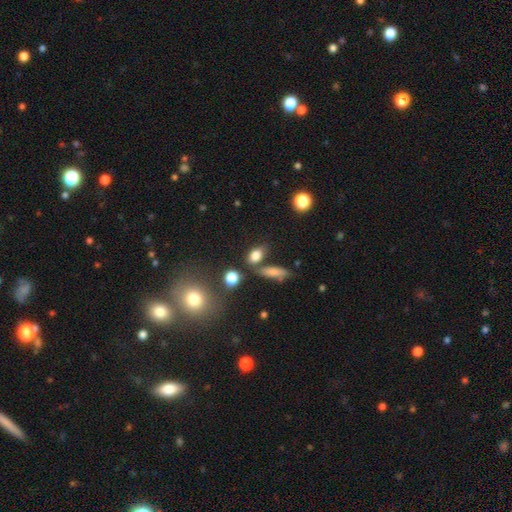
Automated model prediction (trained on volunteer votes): Smooth or featured: smooth — 80% (star or artifact — 11%)
How rounded: in between — 71% (round — 19%)
Merging: none — 63% (merger — 18%)